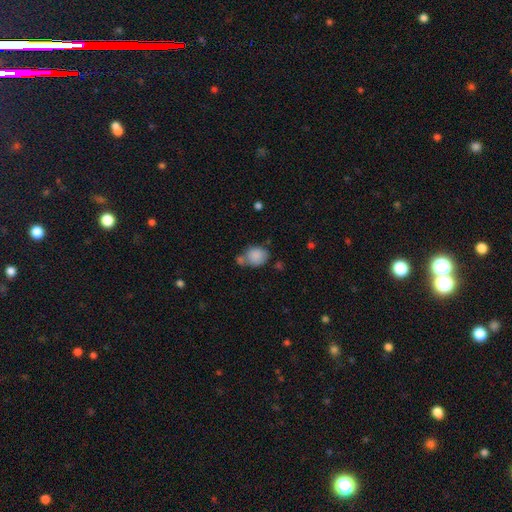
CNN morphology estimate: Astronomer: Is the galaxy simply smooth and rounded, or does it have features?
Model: smooth — 86%.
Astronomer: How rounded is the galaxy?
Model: round — 54% (runner-up: in between, 45%).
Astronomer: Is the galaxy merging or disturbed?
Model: none — 49% (runner-up: merger, 26%).